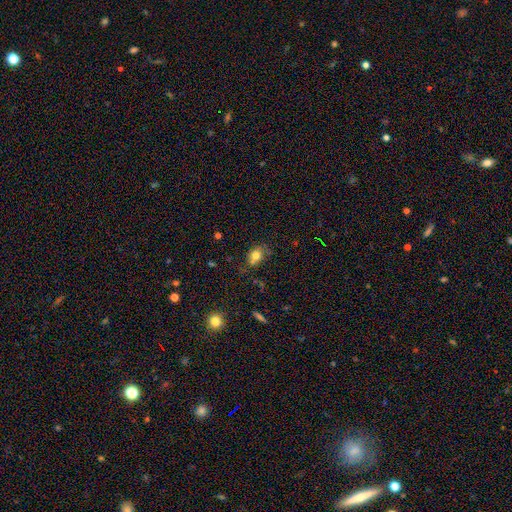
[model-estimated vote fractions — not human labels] Overall: smooth (76%). How rounded: in between (55%; round 44%). Merging: none (51%; minor disturbance 26%).